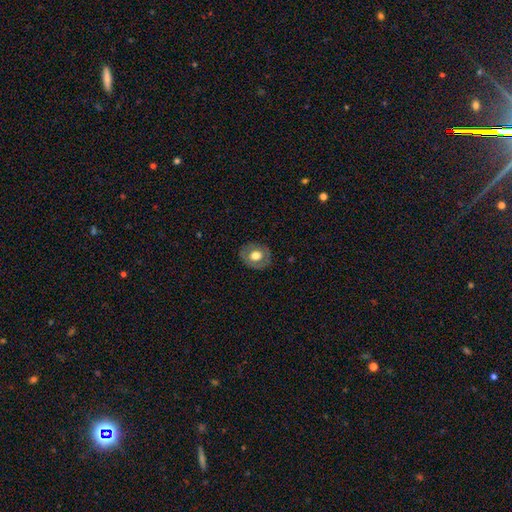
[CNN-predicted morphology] Smooth or featured? smooth (56%)
How rounded? round (62%)
Merging? none (82%)